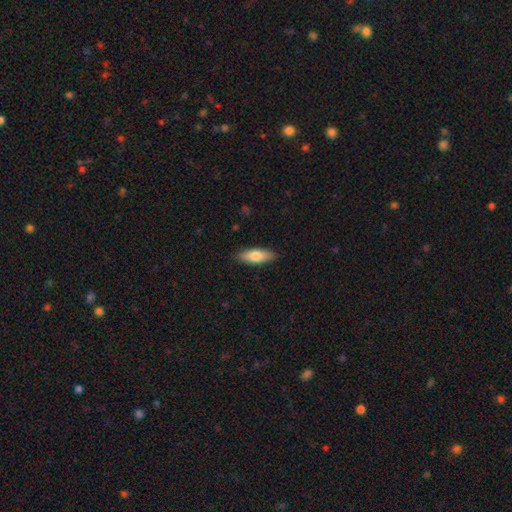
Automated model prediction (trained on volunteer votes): smooth-or-featured: smooth: 74% | featured or disk: 21% | star or artifact: 6%
  how-rounded: in between: 59% | cigar-shaped: 39% | round: 2%
  merging: none: 89% | minor disturbance: 9% | major disturbance: 2% | merger: 1%